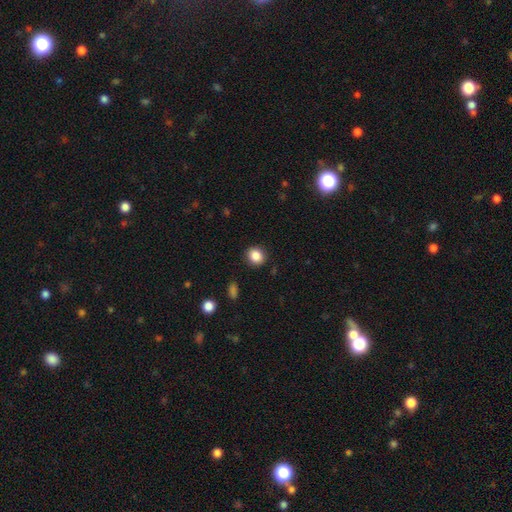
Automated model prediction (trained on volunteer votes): A smooth galaxy with no disk features (86%) that is round (77%).

Vote fractions:
- Smooth or featured? smooth: 86% / star or artifact: 10% / featured or disk: 4%
- How rounded? round: 77% / in between: 22% / cigar-shaped: 1%
- Merging? none: 89% / minor disturbance: 8% / major disturbance: 2% / merger: 1%